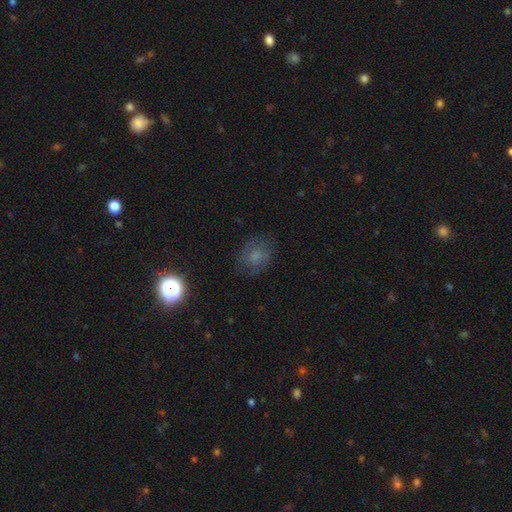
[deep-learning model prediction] Smooth or featured? smooth (65%)
How rounded? round (60%)
Merging? none (71%)